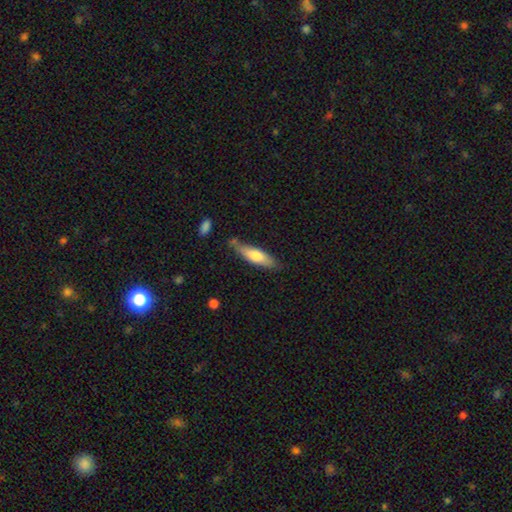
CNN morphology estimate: Smooth or featured: smooth — 67% (featured or disk — 27%)
How rounded: cigar-shaped — 58% (in between — 40%)
Merging: none — 70% (minor disturbance — 20%)